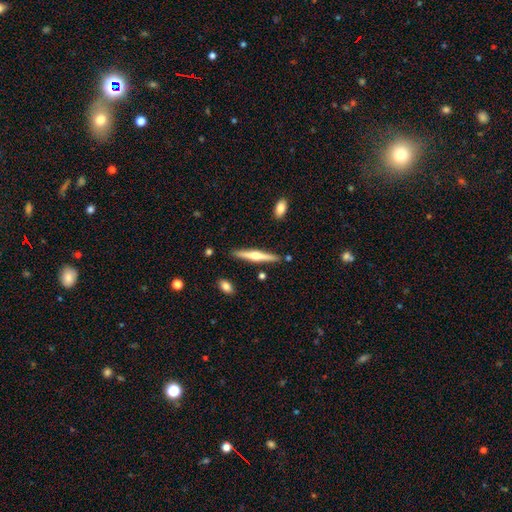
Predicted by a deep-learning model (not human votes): Smooth or featured: featured or disk — 63% (smooth — 31%)
Edge-on disk: yes — 97% (no — 3%)
Edge-on bulge: rounded — 90% (none — 6%)
Merging: none — 87% (minor disturbance — 8%)